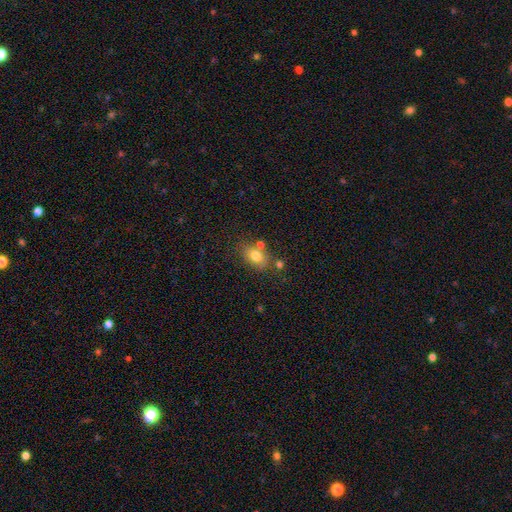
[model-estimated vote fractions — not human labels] Q: Smooth or featured?
A: smooth (76%); runner-up: featured or disk (13%)
Q: How rounded?
A: in between (73%); runner-up: round (25%)
Q: Merging?
A: none (63%); runner-up: minor disturbance (16%)